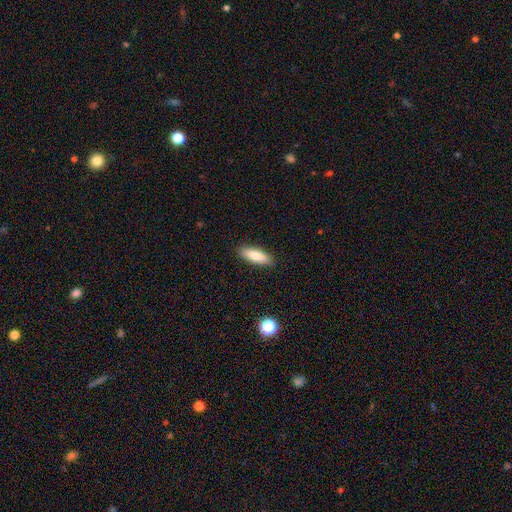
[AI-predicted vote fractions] Overall: smooth (78%). How rounded: in between (59%; cigar-shaped 39%). Merging: none (89%).